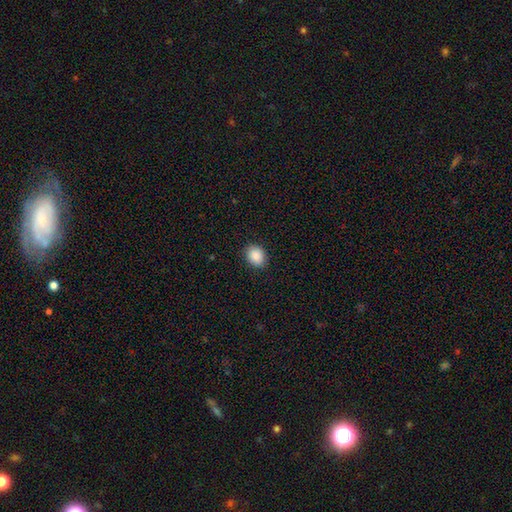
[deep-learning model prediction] This is clearly a smooth galaxy (89%). How rounded: possibly in between (54%). Merging: clearly none (89%).